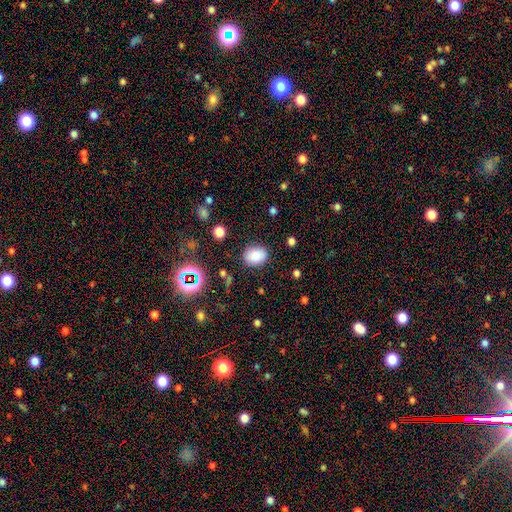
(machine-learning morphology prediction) type=smooth (82%); roundness=in between (63%); merging=none (83%).